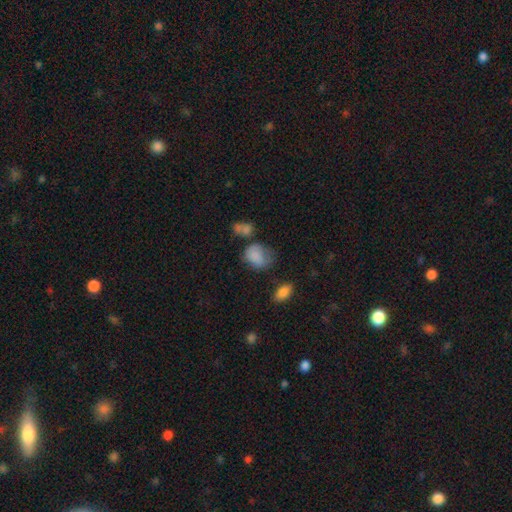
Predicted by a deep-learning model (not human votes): smooth-or-featured: smooth: 79% | featured or disk: 11% | star or artifact: 10%
  how-rounded: in between: 57% | round: 42% | cigar-shaped: 1%
  merging: none: 37% | minor disturbance: 31% | major disturbance: 20% | merger: 11%